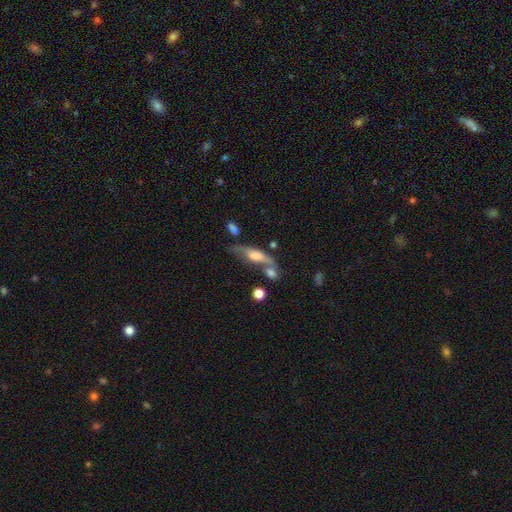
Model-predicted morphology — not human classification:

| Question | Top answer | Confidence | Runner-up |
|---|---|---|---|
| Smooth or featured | featured or disk | 49% | smooth (42%) |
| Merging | none | 36% | merger (27%) |